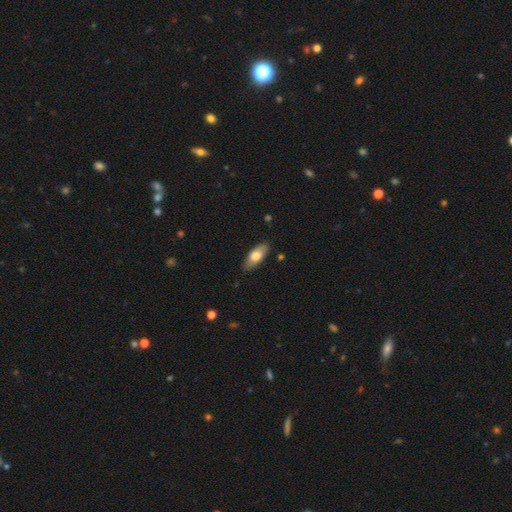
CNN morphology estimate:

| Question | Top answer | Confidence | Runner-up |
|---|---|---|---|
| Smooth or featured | smooth | 71% | featured or disk (23%) |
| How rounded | in between | 81% | cigar-shaped (16%) |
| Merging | none | 84% | minor disturbance (13%) |